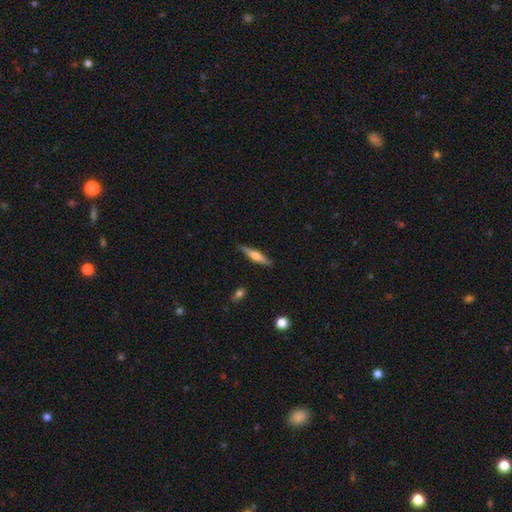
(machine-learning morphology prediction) Smooth or featured: featured or disk — 53% (smooth — 41%)
Edge-on disk: yes — 96% (no — 4%)
Edge-on bulge: rounded — 82% (boxy — 11%)
Merging: none — 88% (minor disturbance — 9%)